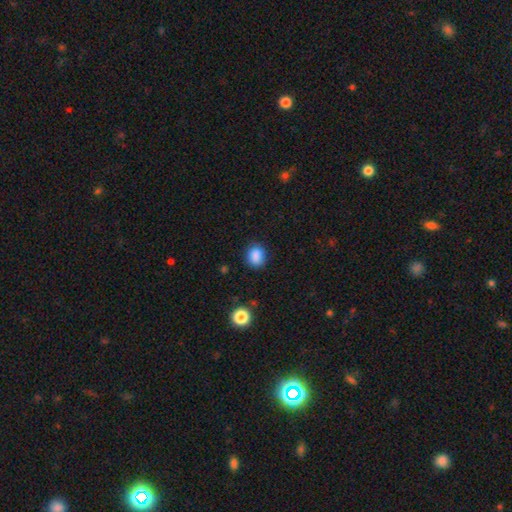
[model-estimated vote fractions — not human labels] The model was most divided on "how rounded": round: 55%, in between: 44%, cigar-shaped: 1%. More confident: smooth or featured — smooth (86%); merging — none (79%).